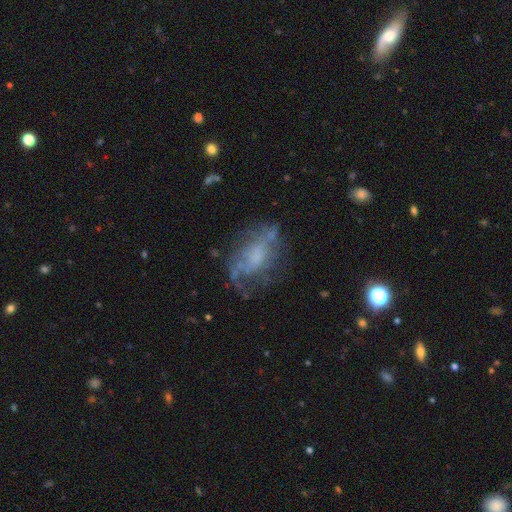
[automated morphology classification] A featured or disk galaxy (58%) with no bar (65%), spiral arms (54%) and no central bulge (37%).

Vote fractions:
- Smooth or featured? featured or disk: 58% / smooth: 29% / star or artifact: 13%
- Edge-on disk? no: 92% / yes: 8%
- Bar? no: 65% / weak: 28% / strong: 7%
- Spiral arms? yes: 54% / no: 46%
- Bulge size? none: 37% / small: 27% / moderate: 26% / large: 9% / dominant: 2%
- Merging? none: 51% / minor disturbance: 23% / major disturbance: 22% / merger: 4%